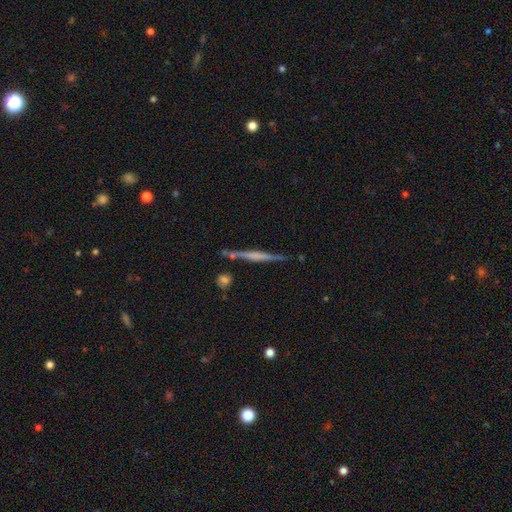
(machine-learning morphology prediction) Smooth or featured? featured or disk (67%)
Edge-on disk? yes (97%)
Edge-on bulge? none (42%)
Merging? none (82%)